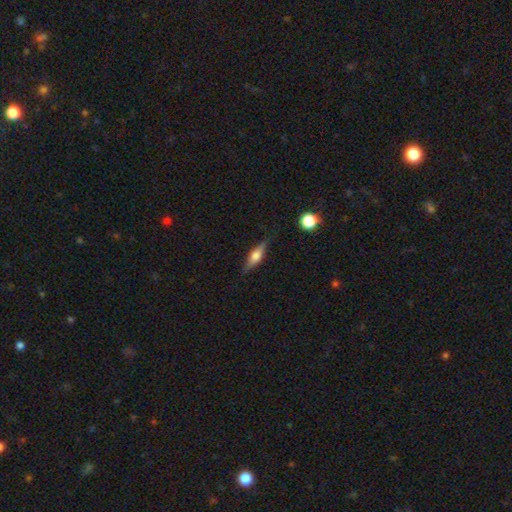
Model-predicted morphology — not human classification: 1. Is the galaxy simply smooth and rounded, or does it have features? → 57% featured or disk, 35% smooth, 7% star or artifact.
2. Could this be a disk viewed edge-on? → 95% yes, 5% no.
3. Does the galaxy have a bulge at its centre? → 88% rounded, 10% boxy, 2% none.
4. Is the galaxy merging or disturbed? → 85% none, 11% minor disturbance, 3% major disturbance, 1% merger.